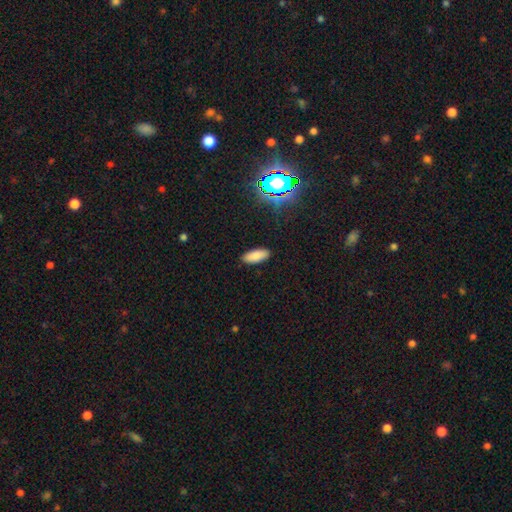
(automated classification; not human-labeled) Smooth or featured? Predicted: smooth (p=0.83). How rounded? Predicted: in between (p=0.80). Merging? Predicted: none (p=0.89).